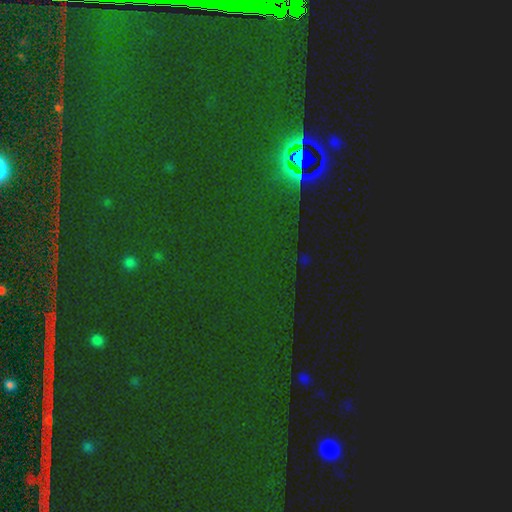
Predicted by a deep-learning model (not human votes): The model was most divided on "smooth or featured": star or artifact: 84%, smooth: 9%, featured or disk: 7%.